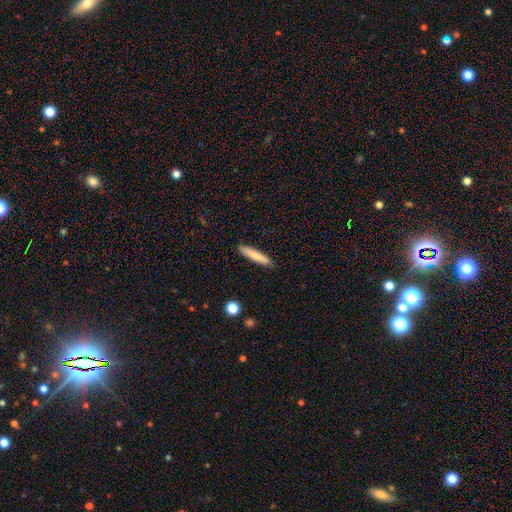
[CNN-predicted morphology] smooth-or-featured: smooth: 77% | featured or disk: 16% | star or artifact: 6%
  how-rounded: cigar-shaped: 90% | in between: 9% | round: 1%
  merging: none: 89% | minor disturbance: 8% | major disturbance: 2% | merger: 1%